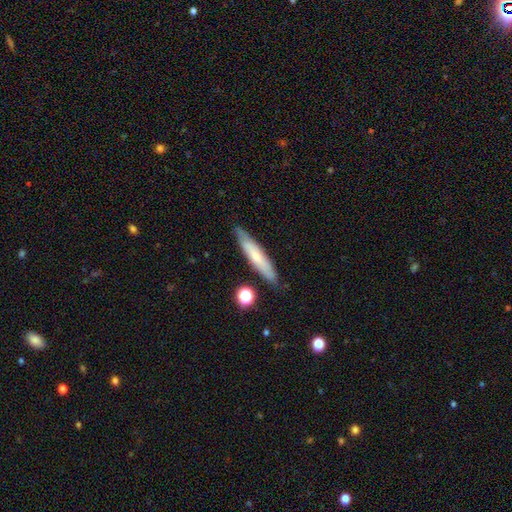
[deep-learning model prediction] The model was most divided on "smooth or featured": smooth: 56%, featured or disk: 38%, star or artifact: 7%. More confident: how rounded — cigar-shaped (89%); merging — none (84%).